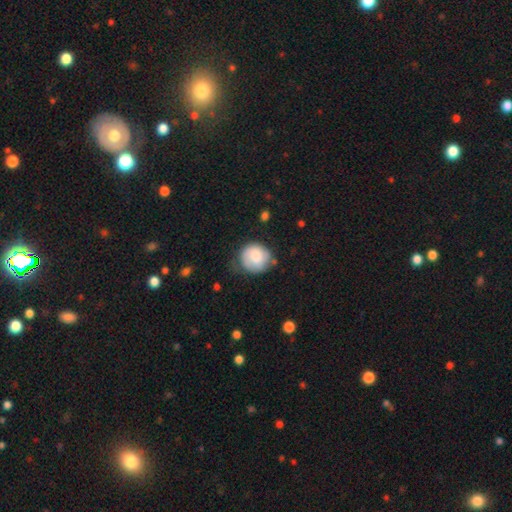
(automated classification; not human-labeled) smooth-or-featured: smooth: 72% | featured or disk: 22% | star or artifact: 7%
  how-rounded: round: 86% | in between: 13% | cigar-shaped: 1%
  merging: none: 60% | minor disturbance: 28% | major disturbance: 9% | merger: 3%